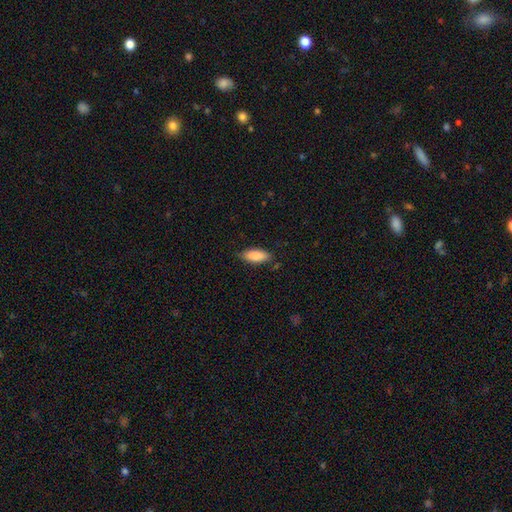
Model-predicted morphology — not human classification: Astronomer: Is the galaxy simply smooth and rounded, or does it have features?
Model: smooth — 86%.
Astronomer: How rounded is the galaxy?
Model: in between — 81%.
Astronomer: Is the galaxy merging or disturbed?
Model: none — 80%.